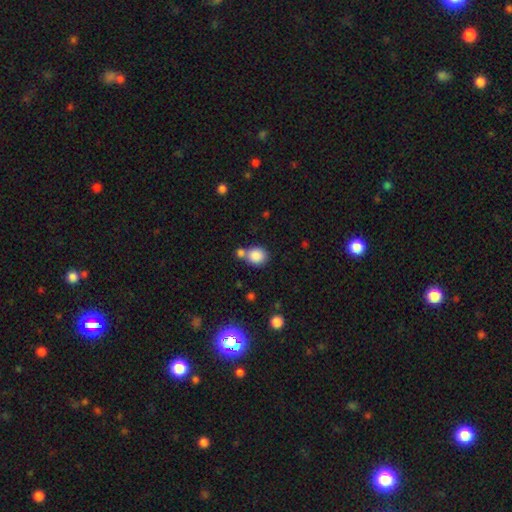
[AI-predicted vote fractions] Smooth or featured? Predicted: smooth (p=0.85). How rounded? Predicted: round (p=0.77). Merging? Predicted: none (p=0.54).